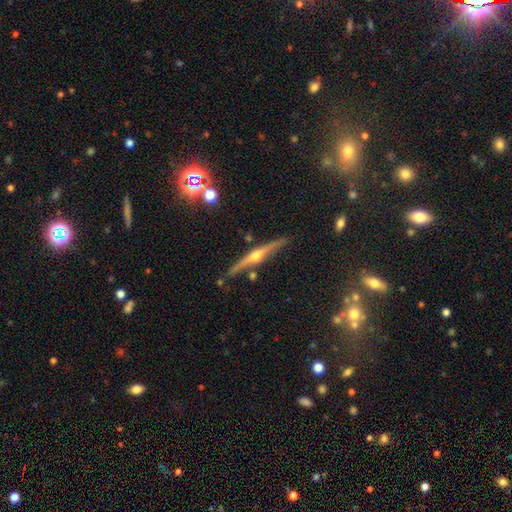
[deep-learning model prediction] smooth_or_featured: featured or disk (p=0.81) [alt: smooth p=0.12]
disk_edge_on: yes (p=0.98) [alt: no p=0.02]
edge_on_bulge: rounded (p=0.94) [alt: boxy p=0.03]
merging: none (p=0.85) [alt: minor disturbance p=0.09]